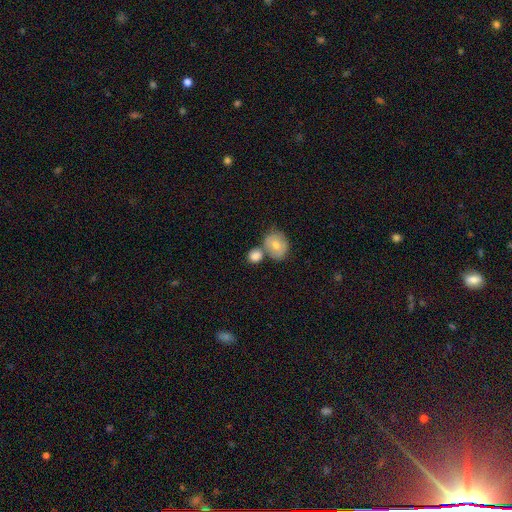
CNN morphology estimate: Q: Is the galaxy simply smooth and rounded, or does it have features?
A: smooth — 80%.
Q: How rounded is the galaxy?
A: round — 74%.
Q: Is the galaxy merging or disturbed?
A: none — 47%.